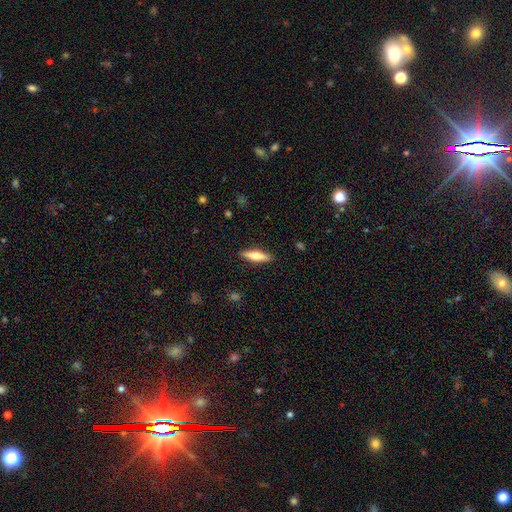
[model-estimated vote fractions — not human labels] Smooth or featured? smooth (60%)
How rounded? cigar-shaped (71%)
Merging? none (89%)